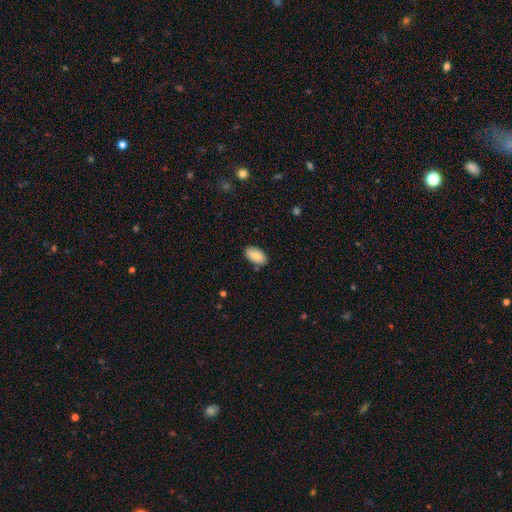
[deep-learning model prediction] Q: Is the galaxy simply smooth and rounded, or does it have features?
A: smooth — 83%.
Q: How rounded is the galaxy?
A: in between — 95%.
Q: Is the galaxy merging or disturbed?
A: none — 82%.